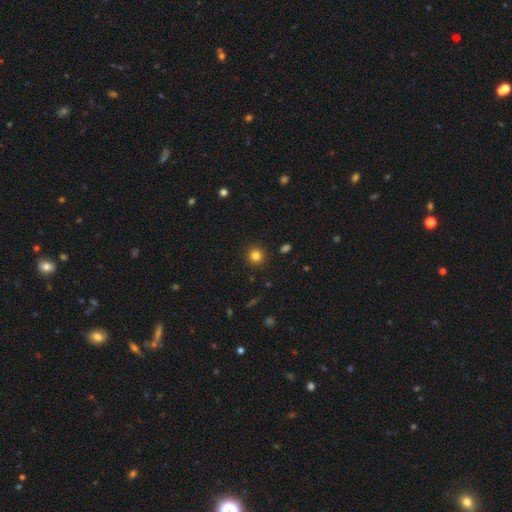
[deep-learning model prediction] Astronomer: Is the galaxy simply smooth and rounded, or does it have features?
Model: smooth — 83%.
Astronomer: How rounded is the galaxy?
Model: round — 94%.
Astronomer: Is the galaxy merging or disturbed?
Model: none — 91%.